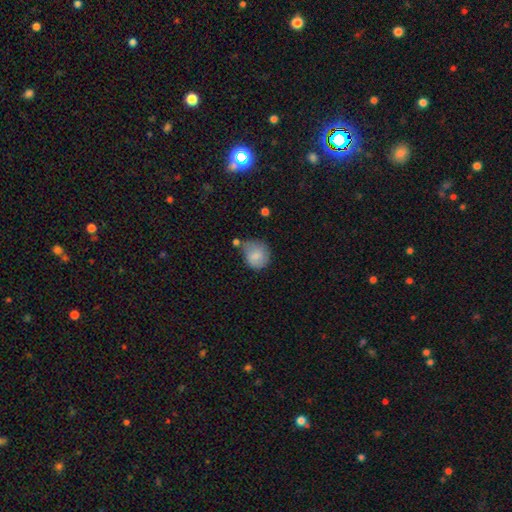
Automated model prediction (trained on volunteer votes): smooth-or-featured: smooth: 82% | featured or disk: 10% | star or artifact: 8%
  how-rounded: round: 75% | in between: 24% | cigar-shaped: 1%
  merging: none: 52% | minor disturbance: 29% | merger: 11% | major disturbance: 9%